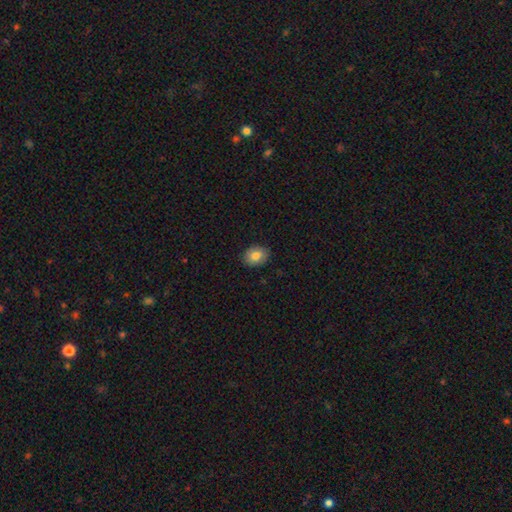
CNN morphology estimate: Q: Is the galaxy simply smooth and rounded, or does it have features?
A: smooth — 81%.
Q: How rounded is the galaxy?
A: in between — 60%.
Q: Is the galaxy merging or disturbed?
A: none — 89%.